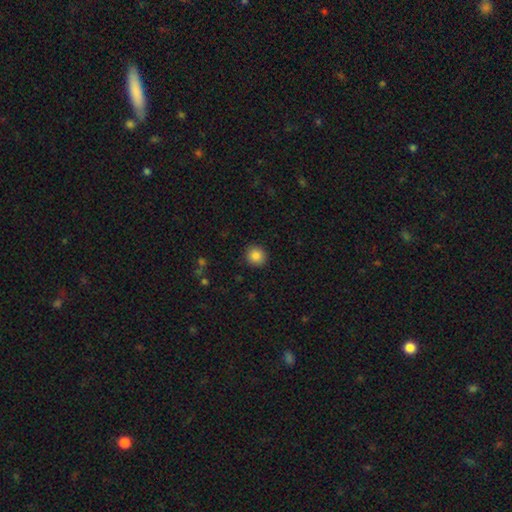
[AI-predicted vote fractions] smooth 85%, star or artifact 10%, featured or disk 5%. Down the decision tree: how rounded — round (91%); merging — none (92%).